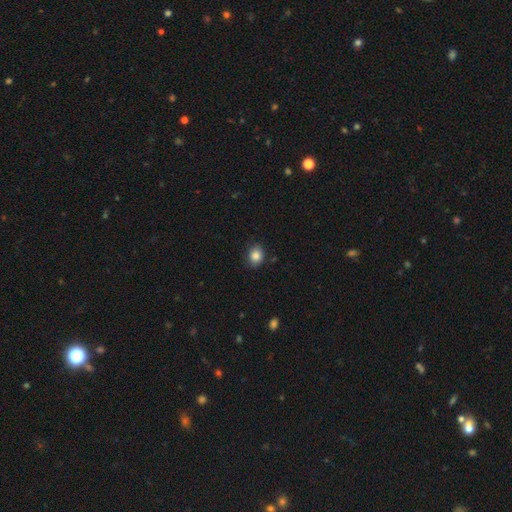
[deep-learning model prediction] This is clearly a smooth galaxy (85%). How rounded: possibly round (56%). Merging: clearly none (83%).